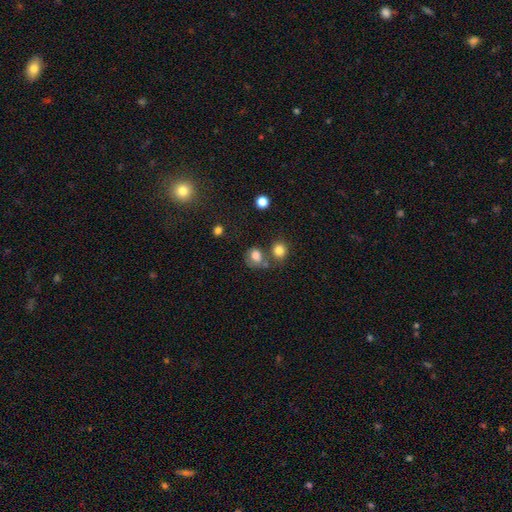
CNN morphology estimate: Smooth or featured? smooth (76%)
How rounded? round (63%)
Merging? none (43%)